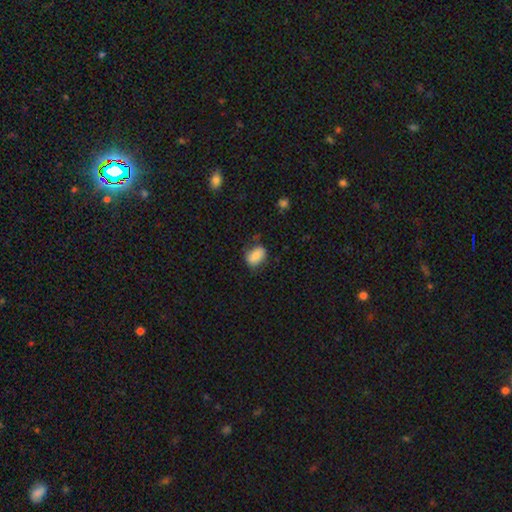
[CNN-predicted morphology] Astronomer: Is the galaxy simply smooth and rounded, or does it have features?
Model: smooth — 83%.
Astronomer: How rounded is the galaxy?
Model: in between — 79%.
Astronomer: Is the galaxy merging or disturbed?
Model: none — 68%.